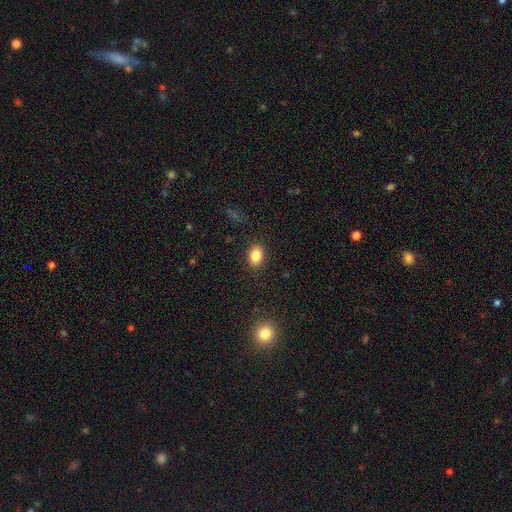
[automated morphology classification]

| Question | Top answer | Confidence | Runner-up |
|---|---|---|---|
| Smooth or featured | smooth | 84% | star or artifact (10%) |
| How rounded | in between | 74% | round (25%) |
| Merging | none | 88% | minor disturbance (8%) |